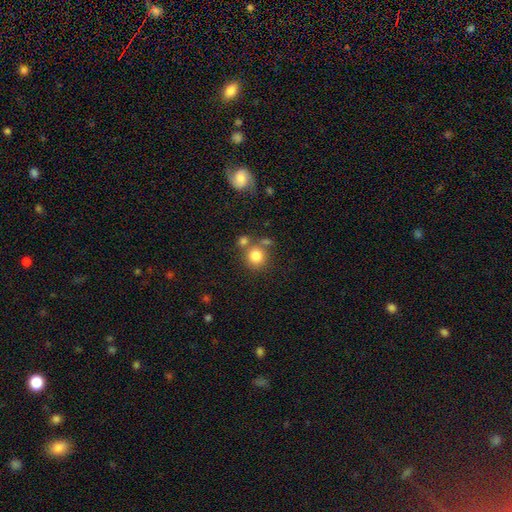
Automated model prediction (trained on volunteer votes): smooth-or-featured: smooth: 81% | star or artifact: 11% | featured or disk: 8%
  how-rounded: round: 89% | in between: 10% | cigar-shaped: 1%
  merging: none: 63% | merger: 21% | minor disturbance: 11% | major disturbance: 5%